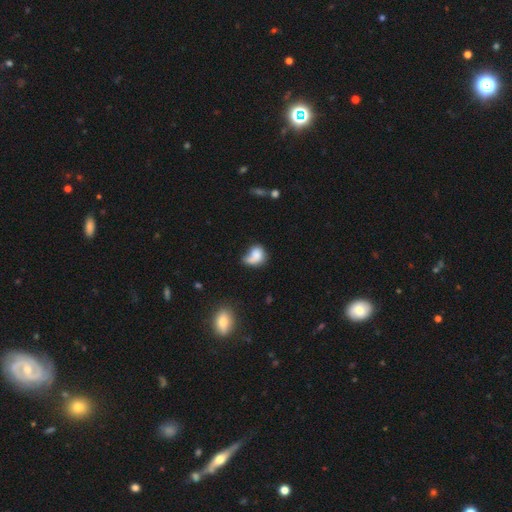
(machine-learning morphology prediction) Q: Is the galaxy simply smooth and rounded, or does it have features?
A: smooth — 68%.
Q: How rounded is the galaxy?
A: in between — 58%.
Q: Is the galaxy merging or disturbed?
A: major disturbance — 29%.